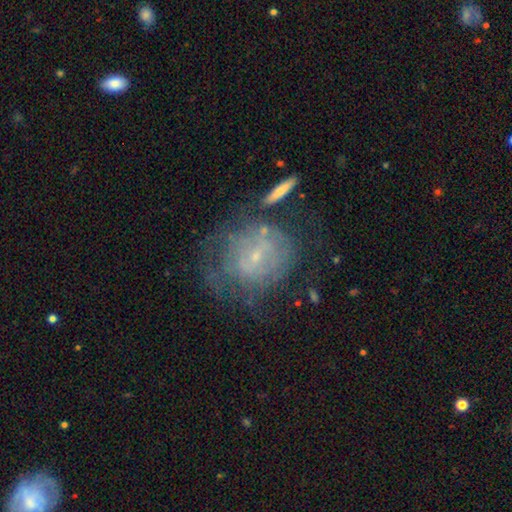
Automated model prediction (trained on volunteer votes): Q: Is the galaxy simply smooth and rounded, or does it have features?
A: featured or disk — 64%.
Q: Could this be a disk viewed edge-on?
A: no — 95%.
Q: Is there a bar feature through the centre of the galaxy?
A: no — 50%.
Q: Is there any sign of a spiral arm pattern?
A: yes — 63%.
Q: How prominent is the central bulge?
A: small — 78%.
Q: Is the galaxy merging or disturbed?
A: none — 48%.